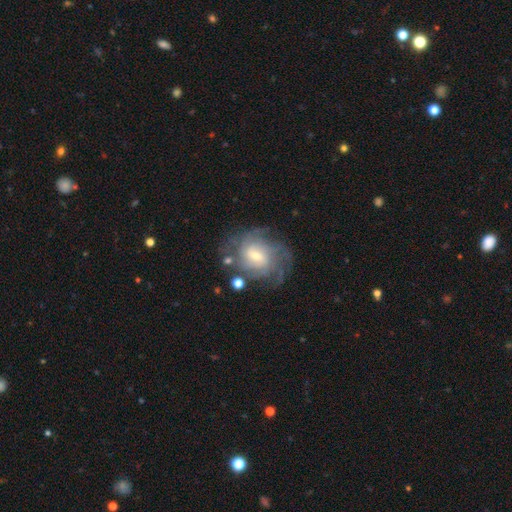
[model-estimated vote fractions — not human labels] Overall: featured or disk (77%). Edge-on disk: no (97%). Bar: weak (55%; no 34%). Spiral arms: yes (90%). Spiral arm count: can't tell (45%; 4 18%). Spiral winding: tight (52%; medium 35%). Bulge size: small (49%; moderate 41%). Merging: none (66%).